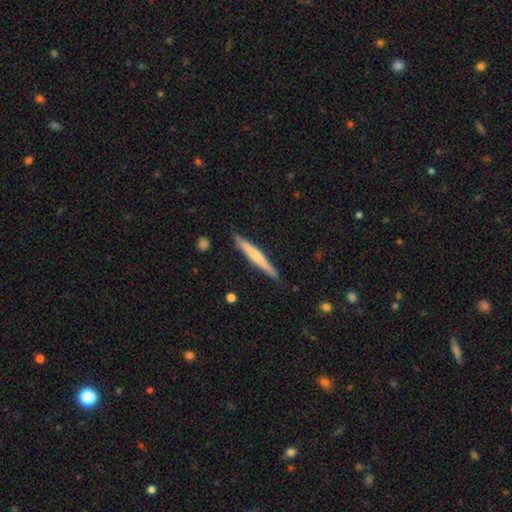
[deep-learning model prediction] Smooth or featured?
  - smooth: 49% *
  - featured or disk: 45%
  - star or artifact: 5%
Merging?
  - none: 88% *
  - minor disturbance: 9%
  - major disturbance: 2%
  - merger: 1%